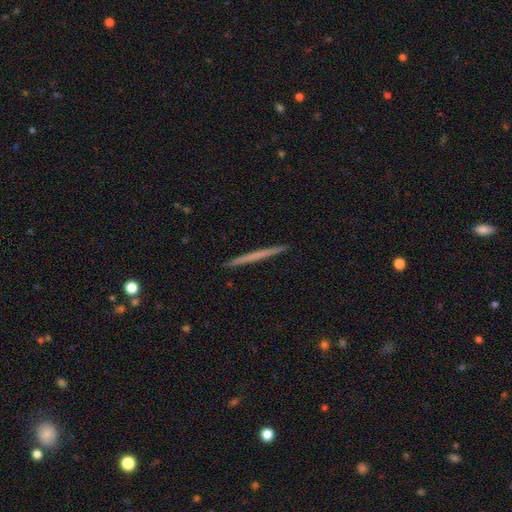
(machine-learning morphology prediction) The model was most divided on "smooth or featured": smooth: 49%, featured or disk: 46%, star or artifact: 6%. More confident: merging — none (93%).